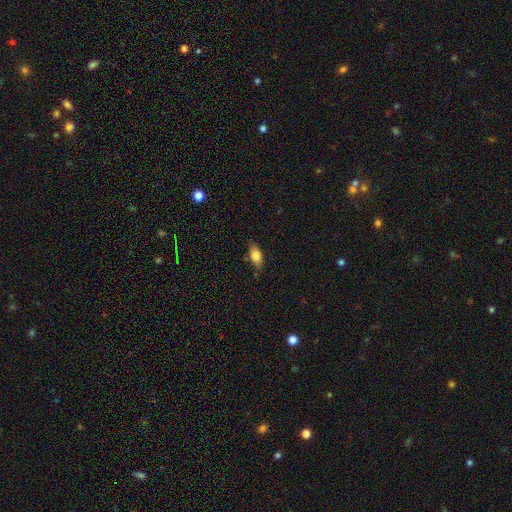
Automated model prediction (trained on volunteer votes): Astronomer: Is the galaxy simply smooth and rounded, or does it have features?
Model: smooth — 76%.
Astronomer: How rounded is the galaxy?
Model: in between — 85%.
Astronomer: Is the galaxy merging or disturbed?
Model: none — 80%.